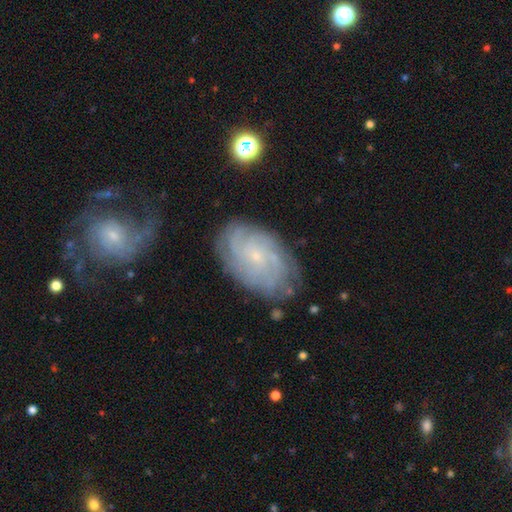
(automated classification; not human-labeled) Overall: featured or disk (75%). Edge-on disk: no (96%). Bar: no (74%). Spiral arms: yes (93%). Spiral arm count: can't tell (43%; 4 18%). Spiral winding: tight (69%). Bulge size: small (84%). Merging: none (74%).